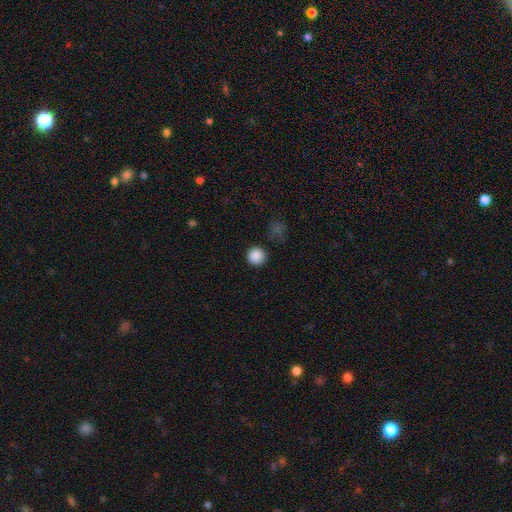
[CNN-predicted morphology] smooth 87%, star or artifact 10%, featured or disk 3%. Down the decision tree: how rounded — round (95%); merging — none (89%).